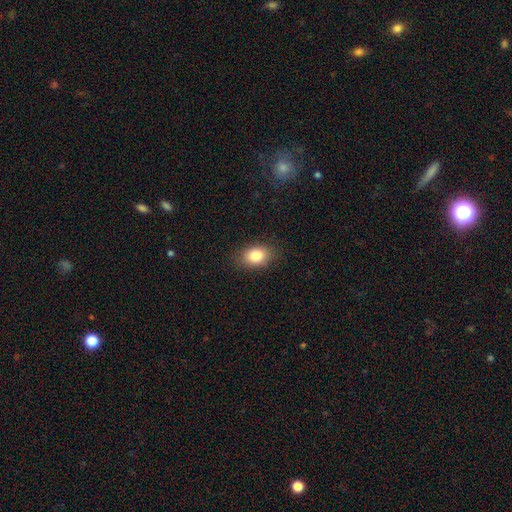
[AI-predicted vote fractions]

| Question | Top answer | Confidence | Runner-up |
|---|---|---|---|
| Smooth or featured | smooth | 83% | star or artifact (9%) |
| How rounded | in between | 79% | round (19%) |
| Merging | none | 86% | minor disturbance (11%) |